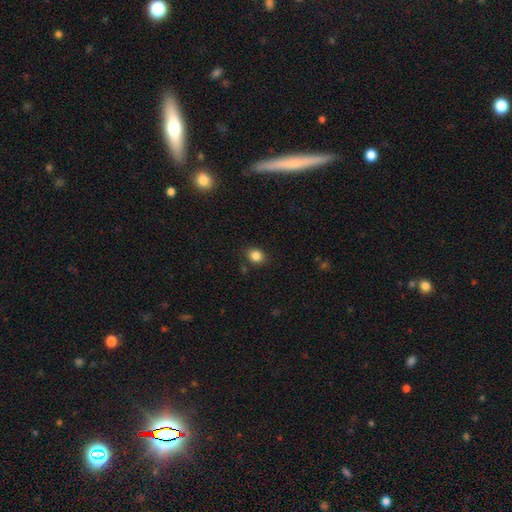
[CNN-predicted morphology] smooth 84%, star or artifact 11%, featured or disk 5%. Down the decision tree: how rounded — round (59%); merging — none (84%).